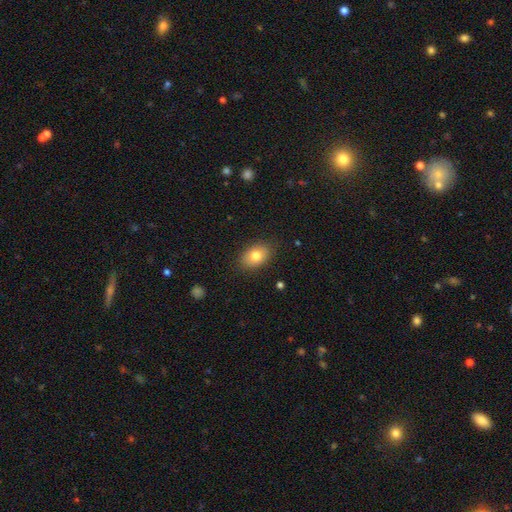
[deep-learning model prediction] A smooth galaxy with no disk features (79%) that is in between round and cigar-shaped (81%).

Vote fractions:
- Smooth or featured? smooth: 79% / featured or disk: 13% / star or artifact: 8%
- How rounded? in between: 81% / round: 18% / cigar-shaped: 1%
- Merging? none: 85% / minor disturbance: 11% / major disturbance: 3% / merger: 1%